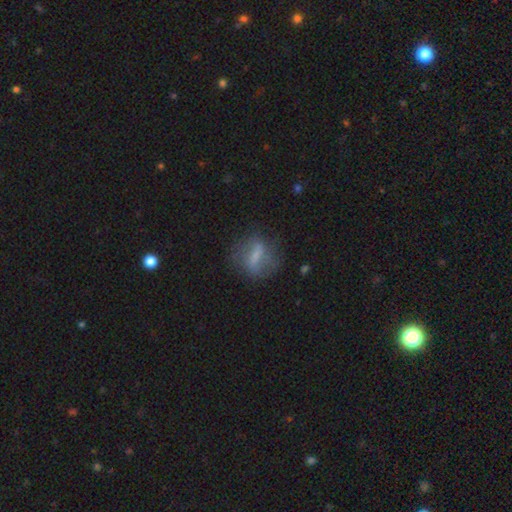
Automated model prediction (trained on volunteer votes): Morphology: type=featured or disk (46%); merging=none (64%).